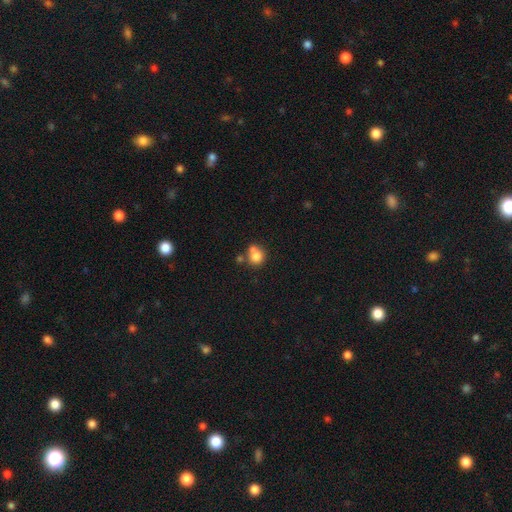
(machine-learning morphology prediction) smooth 78%, featured or disk 12%, star or artifact 10%. Down the decision tree: how rounded — round (81%); merging — none (44%).